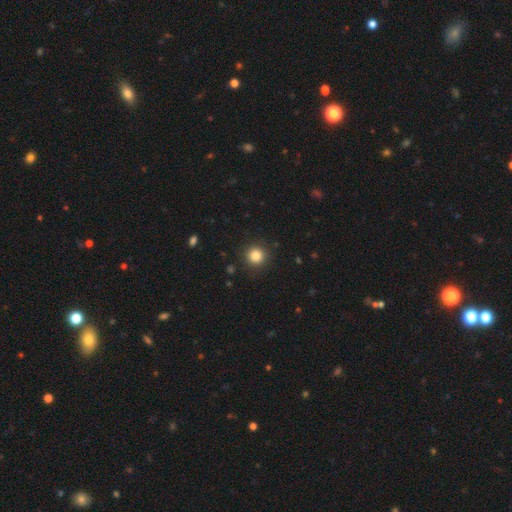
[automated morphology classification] smooth_or_featured: smooth (p=0.84) [alt: star or artifact p=0.11]
how_rounded: round (p=0.94) [alt: in between p=0.05]
merging: none (p=0.91) [alt: minor disturbance p=0.06]